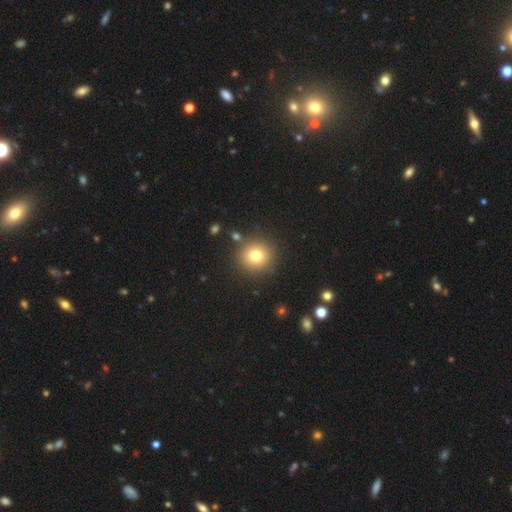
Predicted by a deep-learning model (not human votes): Morphology: type=smooth (76%); roundness=round (93%); merging=none (88%).